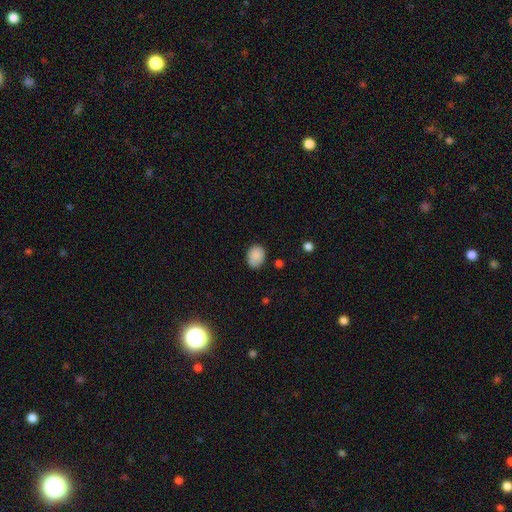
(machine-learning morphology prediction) smooth-or-featured: smooth: 88% | star or artifact: 8% | featured or disk: 4%
  how-rounded: in between: 54% | round: 46% | cigar-shaped: 1%
  merging: none: 77% | minor disturbance: 18% | major disturbance: 3% | merger: 2%